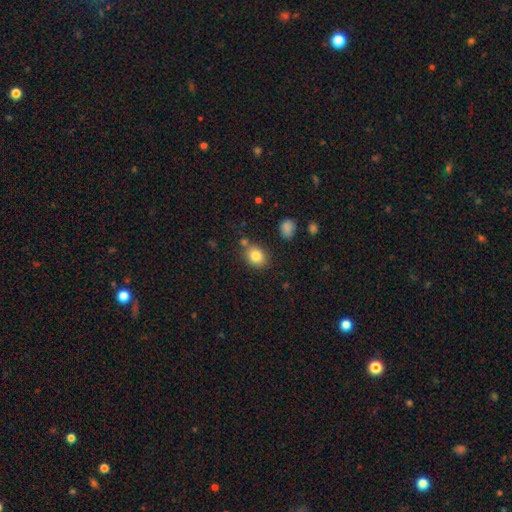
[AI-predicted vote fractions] A smooth galaxy with no disk features (83%) that is round (52%). Merging: none (76%).